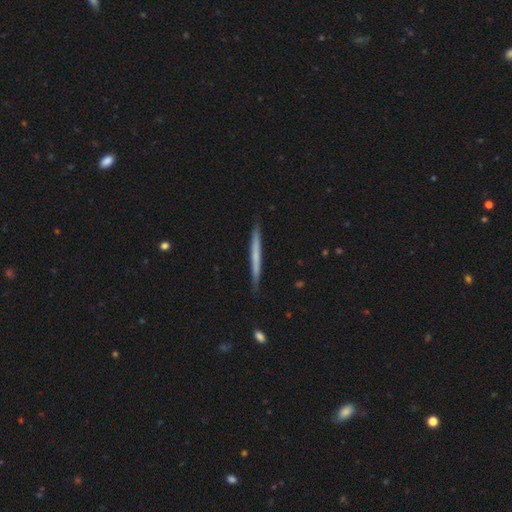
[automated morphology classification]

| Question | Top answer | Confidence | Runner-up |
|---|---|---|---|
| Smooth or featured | smooth | 53% | featured or disk (42%) |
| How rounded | cigar-shaped | 97% | in between (2%) |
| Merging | none | 89% | minor disturbance (8%) |